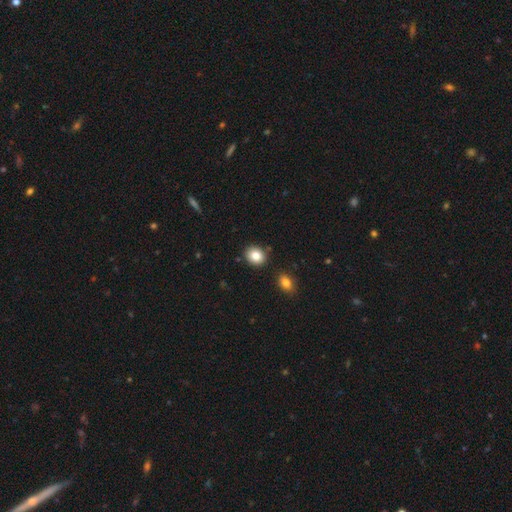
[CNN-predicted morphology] This appears to be a smooth galaxy with no disk features (84%) that is round (62%). Merging: none (85%).